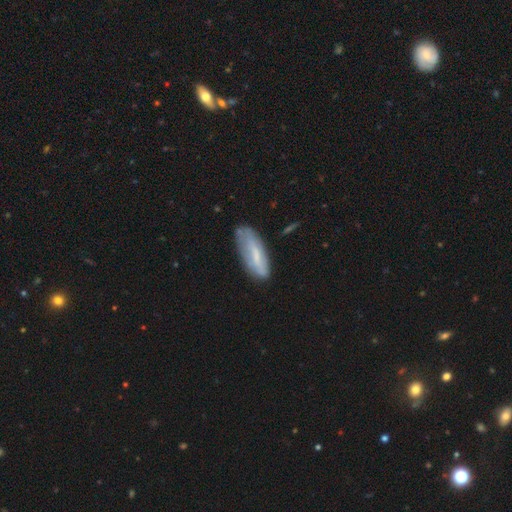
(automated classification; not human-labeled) Smooth or featured: smooth — 57% (featured or disk — 35%)
How rounded: in between — 60% (cigar-shaped — 38%)
Merging: none — 65% (minor disturbance — 25%)